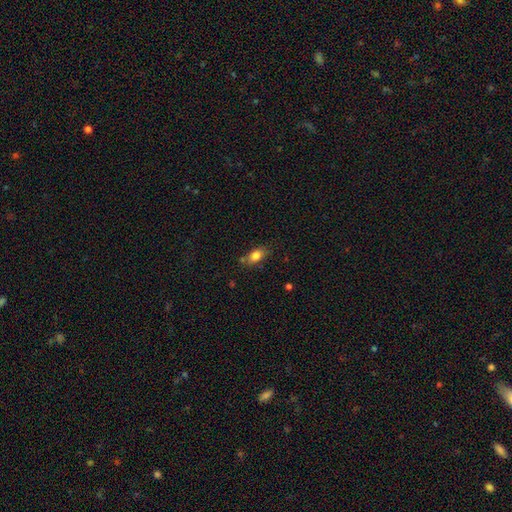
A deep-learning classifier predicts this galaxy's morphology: Overall: smooth (81%). How rounded: in between (83%). Merging: none (69%).